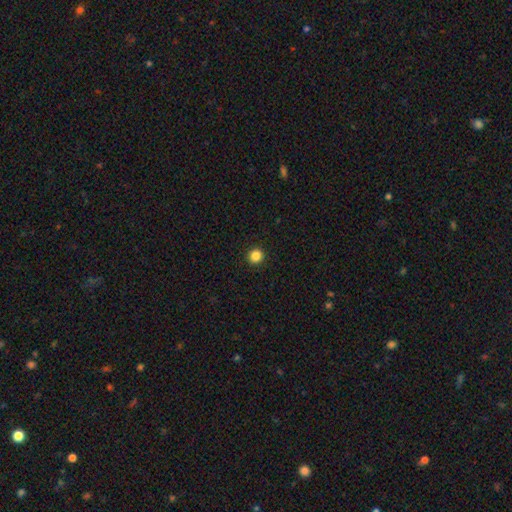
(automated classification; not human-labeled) Smooth or featured: smooth — 85% (star or artifact — 11%)
How rounded: round — 94% (in between — 5%)
Merging: none — 93% (minor disturbance — 4%)